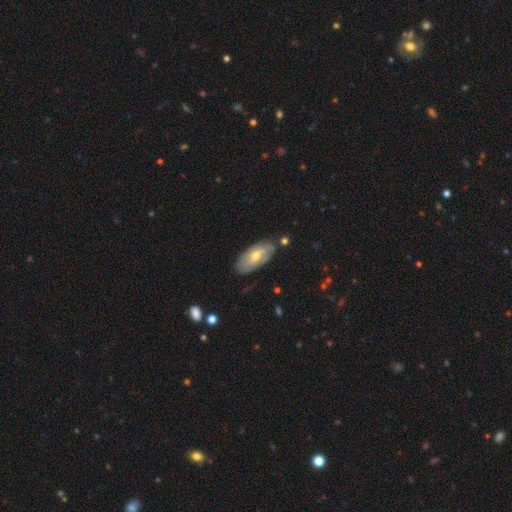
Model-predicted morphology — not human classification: Q: Smooth or featured?
A: featured or disk (49%); runner-up: smooth (45%)
Q: Merging?
A: none (79%); runner-up: minor disturbance (15%)